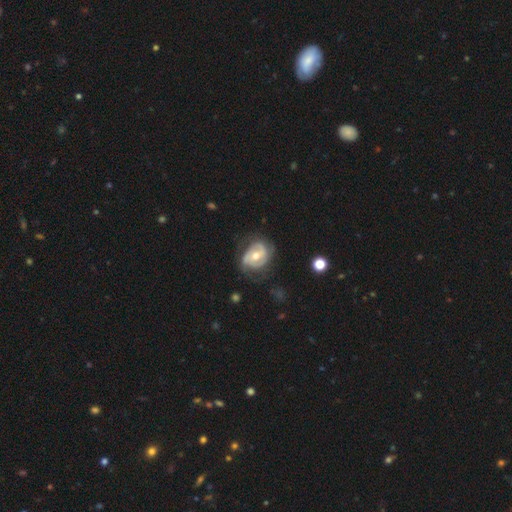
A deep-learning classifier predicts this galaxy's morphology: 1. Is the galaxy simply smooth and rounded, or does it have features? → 79% featured or disk, 15% smooth, 6% star or artifact.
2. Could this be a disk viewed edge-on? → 97% no, 3% yes.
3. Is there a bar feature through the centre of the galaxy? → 51% no, 35% weak, 14% strong.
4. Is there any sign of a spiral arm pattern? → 89% yes, 11% no.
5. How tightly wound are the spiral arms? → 46% tight, 38% medium, 16% loose.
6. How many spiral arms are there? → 60% 2, 18% can't tell, 13% 3, 4% 1, 2% 4, 2% more than 4.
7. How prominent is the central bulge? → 66% moderate, 30% small, 3% large, 1% none, 1% dominant.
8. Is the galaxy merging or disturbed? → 61% none, 24% minor disturbance, 13% major disturbance, 1% merger.